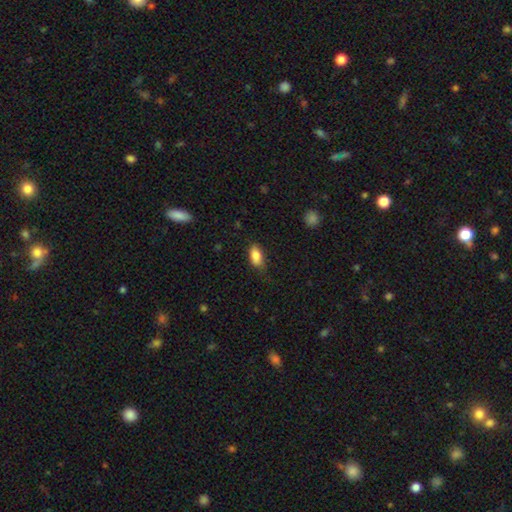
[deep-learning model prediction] A smooth galaxy with no disk features (84%) that is in between round and cigar-shaped (89%).

Vote fractions:
- Smooth or featured? smooth: 84% / featured or disk: 8% / star or artifact: 7%
- How rounded? in between: 89% / cigar-shaped: 7% / round: 4%
- Merging? none: 71% / minor disturbance: 23% / major disturbance: 5% / merger: 1%